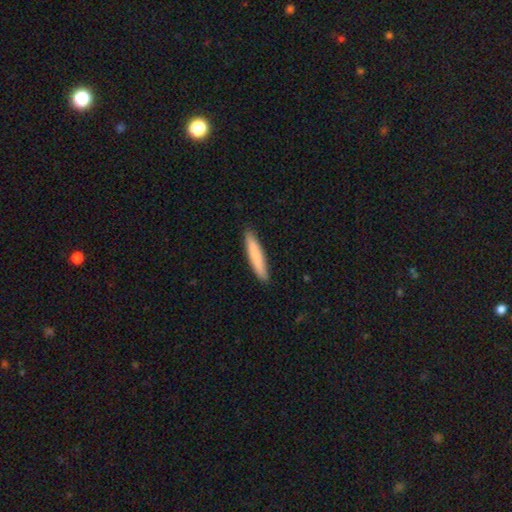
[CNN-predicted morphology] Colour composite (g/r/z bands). It shows a smooth galaxy with no disk features (81%) that is cigar-shaped (91%). Merging: none (91%).